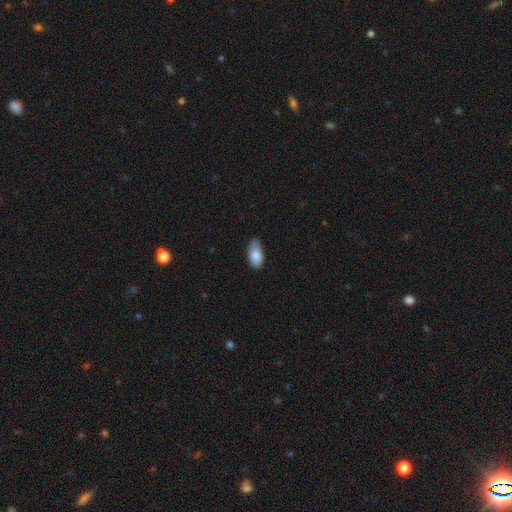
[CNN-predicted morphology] The model was most divided on "merging": none: 60%, minor disturbance: 33%, major disturbance: 5%, merger: 2%. More confident: how rounded — in between (91%); smooth or featured — smooth (82%).